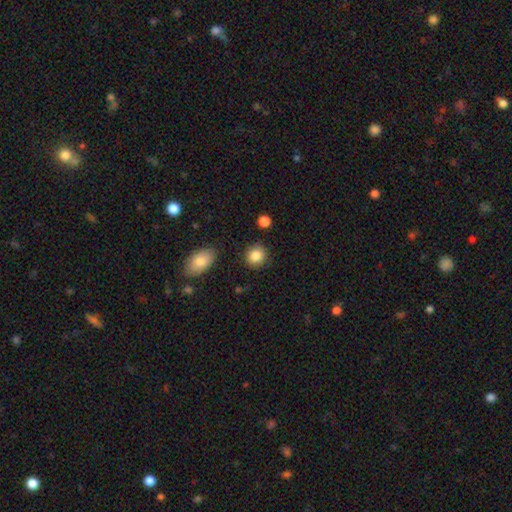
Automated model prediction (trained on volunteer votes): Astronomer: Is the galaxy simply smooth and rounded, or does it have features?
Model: smooth — 86%.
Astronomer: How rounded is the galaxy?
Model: round — 80%.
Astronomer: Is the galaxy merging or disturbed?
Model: none — 86%.